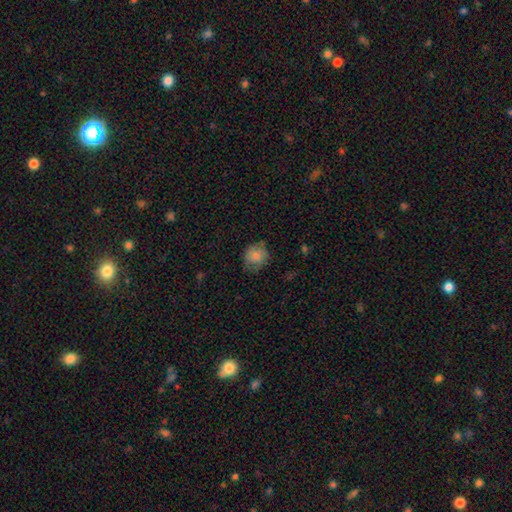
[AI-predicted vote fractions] This is likely a smooth galaxy (79%). How rounded: likely round (76%). Merging: likely none (67%).